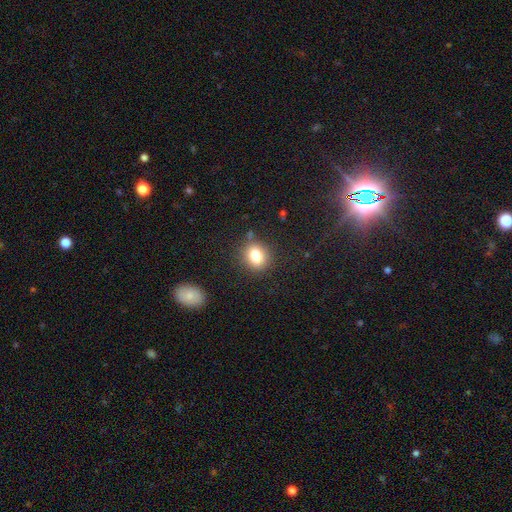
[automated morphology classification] This appears to be a smooth galaxy with no disk features (82%) that is round (54%). Merging: none (82%).